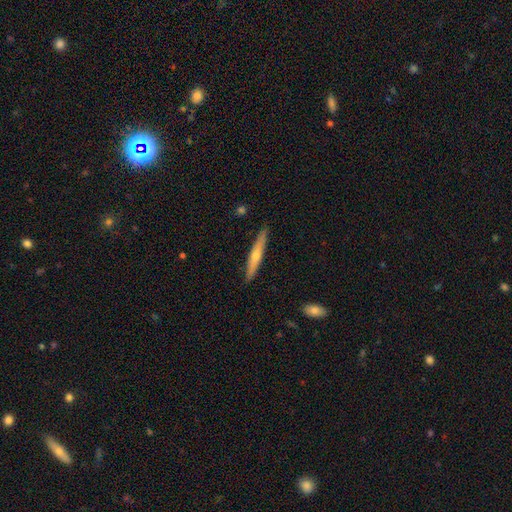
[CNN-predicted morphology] type=featured or disk (50%); edge-on=yes (94%); merging=none (90%).